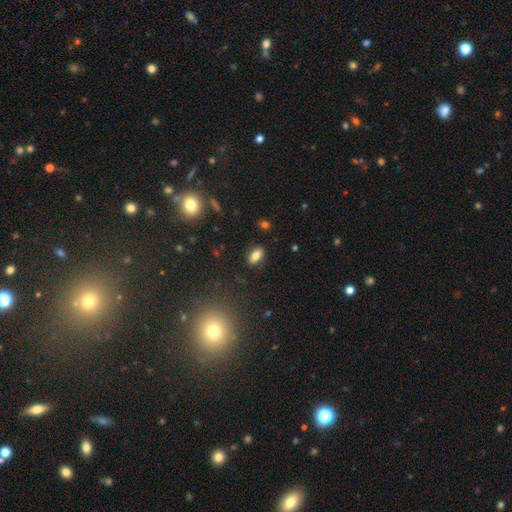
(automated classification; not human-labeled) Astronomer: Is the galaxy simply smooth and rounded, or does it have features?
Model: smooth — 78%.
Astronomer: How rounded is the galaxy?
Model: in between — 87%.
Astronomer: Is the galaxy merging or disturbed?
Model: none — 87%.